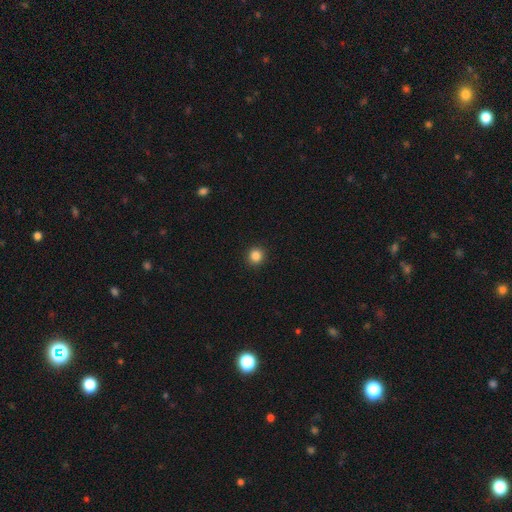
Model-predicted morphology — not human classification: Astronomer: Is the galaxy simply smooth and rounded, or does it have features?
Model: smooth — 85%.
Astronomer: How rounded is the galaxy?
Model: round — 92%.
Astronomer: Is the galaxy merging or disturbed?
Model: none — 93%.